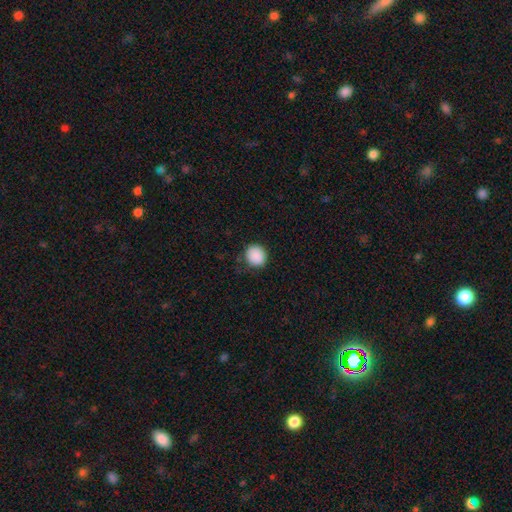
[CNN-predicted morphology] Overall: smooth (89%). How rounded: round (88%). Merging: none (80%).